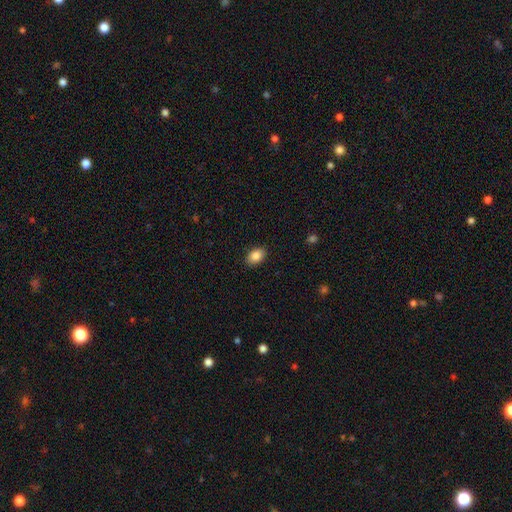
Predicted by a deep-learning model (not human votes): This appears to be a smooth galaxy with no disk features (87%) that is in between round and cigar-shaped (85%). Merging: none (89%).